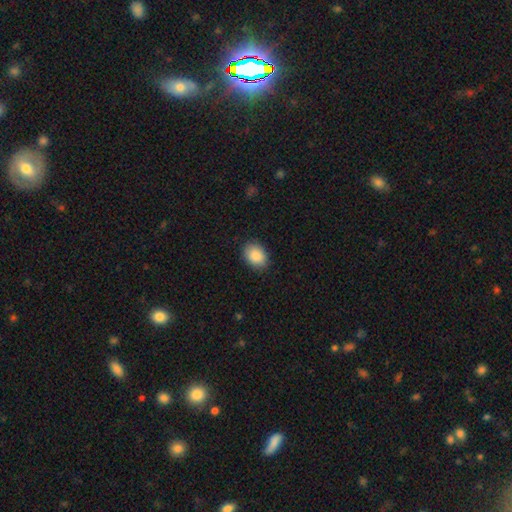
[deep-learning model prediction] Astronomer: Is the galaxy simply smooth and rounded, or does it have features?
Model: smooth — 89%.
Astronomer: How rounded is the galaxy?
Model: in between — 73%.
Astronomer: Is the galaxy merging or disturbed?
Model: none — 87%.